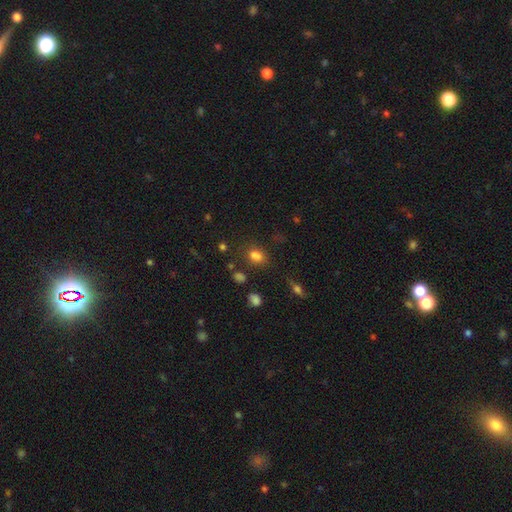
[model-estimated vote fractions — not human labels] smooth_or_featured: smooth (p=0.78) [alt: star or artifact p=0.15]
how_rounded: in between (p=0.68) [alt: round p=0.30]
merging: none (p=0.67) [alt: minor disturbance p=0.16]